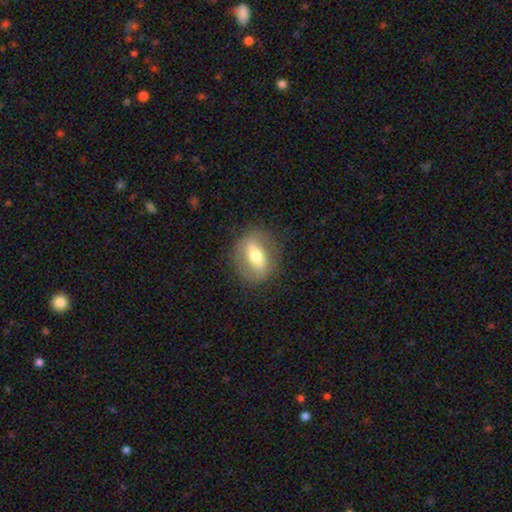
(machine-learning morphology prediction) This is possibly a featured or disk galaxy (51%). It is clearly not viewed edge-on (82%). Merging: clearly none (82%).